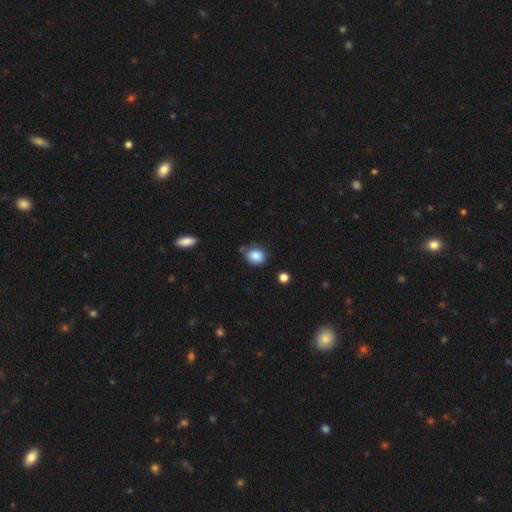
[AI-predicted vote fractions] smooth_or_featured: smooth (p=0.86) [alt: star or artifact p=0.09]
how_rounded: in between (p=0.52) [alt: round p=0.47]
merging: none (p=0.70) [alt: minor disturbance p=0.20]